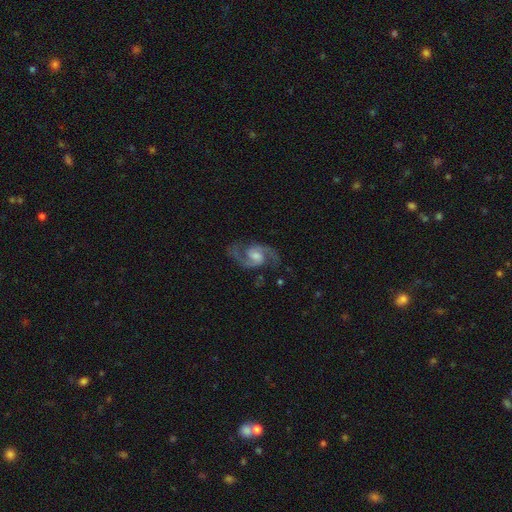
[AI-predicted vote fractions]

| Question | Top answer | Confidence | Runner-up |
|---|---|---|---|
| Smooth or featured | featured or disk | 92% | star or artifact (4%) |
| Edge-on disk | no | 98% | yes (2%) |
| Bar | weak | 47% | no (42%) |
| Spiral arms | yes | 98% | no (2%) |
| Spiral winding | medium | 64% | loose (23%) |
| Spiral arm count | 2 | 94% | can't tell (1%) |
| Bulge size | moderate | 48% | small (32%) |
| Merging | none | 81% | minor disturbance (12%) |